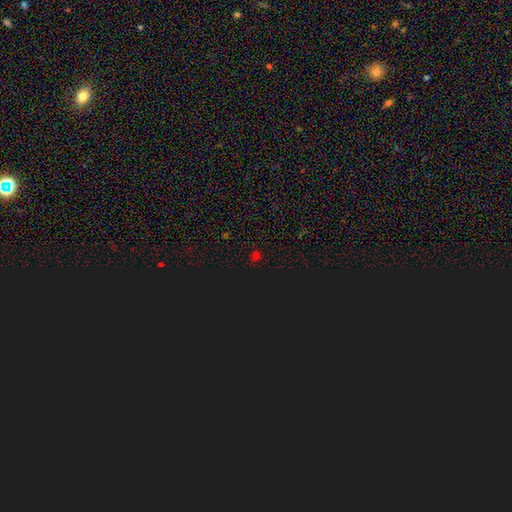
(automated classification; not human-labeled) A star or artifact, not a galaxy (51%).